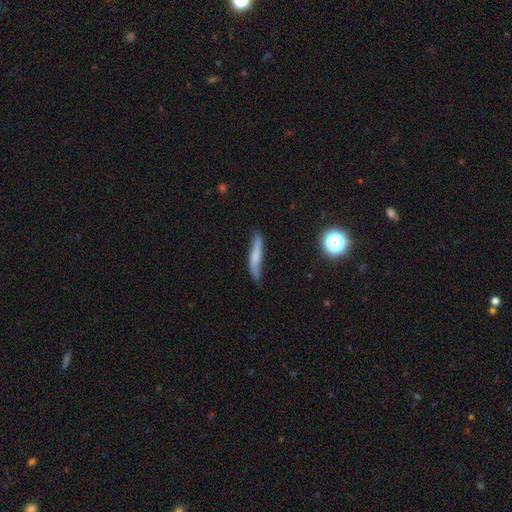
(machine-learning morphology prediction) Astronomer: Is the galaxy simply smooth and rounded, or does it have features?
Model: smooth — 64%.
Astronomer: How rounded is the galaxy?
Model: cigar-shaped — 89%.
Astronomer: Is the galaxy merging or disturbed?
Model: none — 73%.